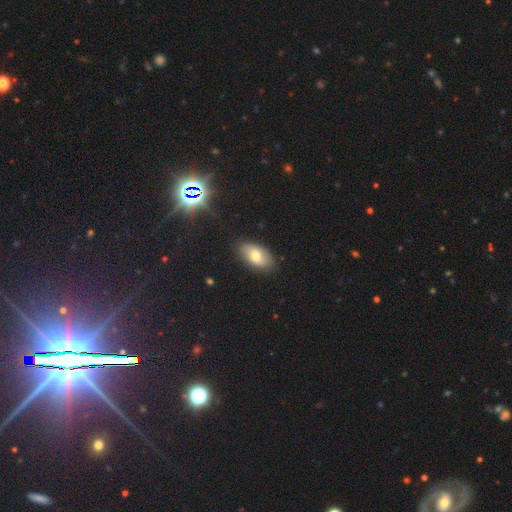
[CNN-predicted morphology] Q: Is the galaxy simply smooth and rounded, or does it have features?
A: smooth — 73%.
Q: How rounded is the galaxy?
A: in between — 93%.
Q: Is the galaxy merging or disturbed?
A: none — 84%.